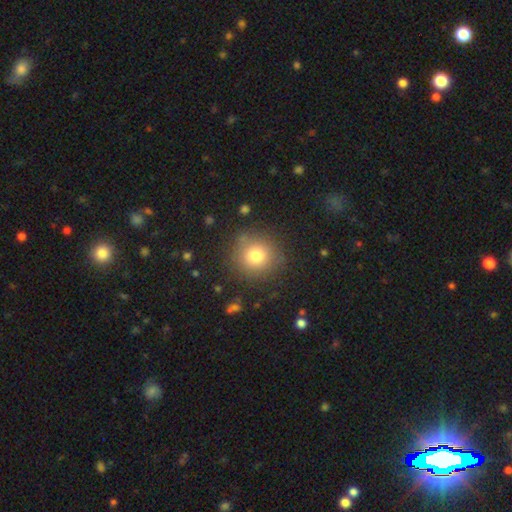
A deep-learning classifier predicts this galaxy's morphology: Smooth or featured? smooth (78%)
How rounded? round (93%)
Merging? none (86%)